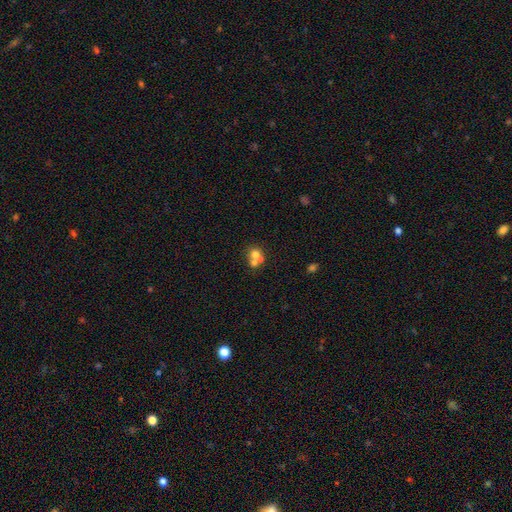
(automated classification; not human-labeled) Smooth or featured: smooth — 64% (featured or disk — 22%)
How rounded: round — 75% (in between — 24%)
Merging: merger — 57% (none — 33%)